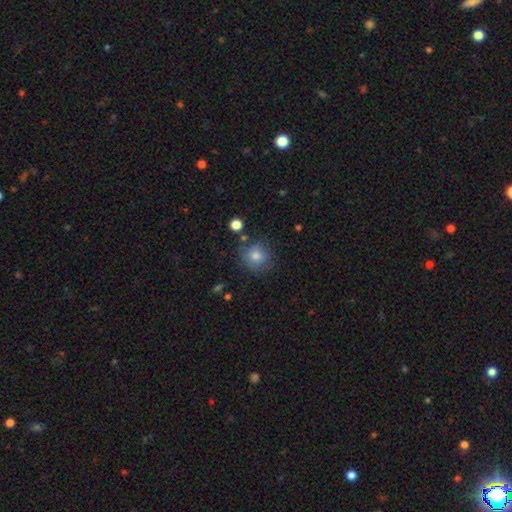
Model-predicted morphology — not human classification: Smooth or featured?
  - smooth: 78% *
  - star or artifact: 12%
  - featured or disk: 10%
How rounded?
  - round: 88% *
  - in between: 11%
  - cigar-shaped: 1%
Merging?
  - none: 80% *
  - minor disturbance: 13%
  - merger: 4%
  - major disturbance: 4%